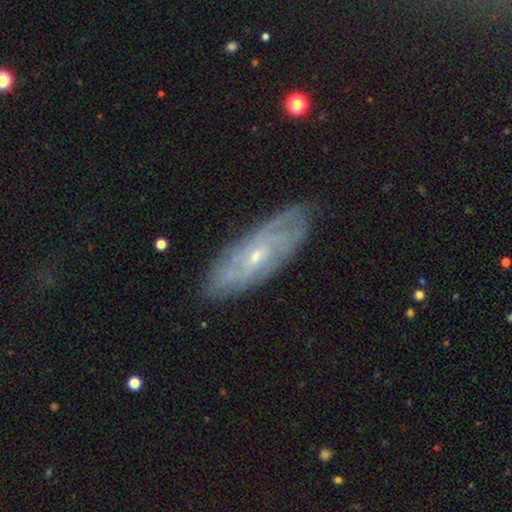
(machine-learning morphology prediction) This is likely a featured or disk galaxy (77%). It is clearly not viewed edge-on (83%). Bar: likely no (63%). Spiral arm pattern: clearly yes (89%). Spiral arm count: possibly can't tell (51%). Spiral winding: possibly tight (59%). Central bulge: likely small (78%). Merging: clearly none (81%).